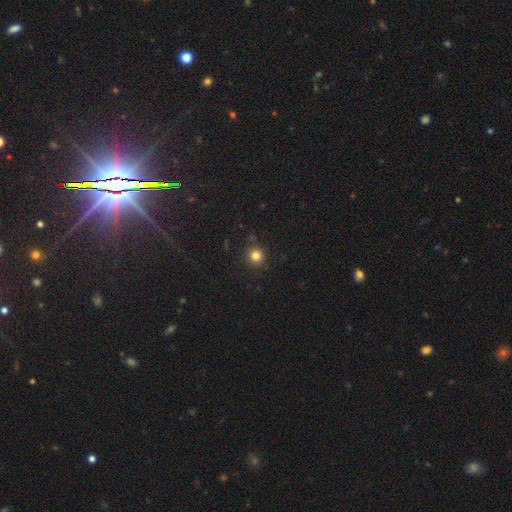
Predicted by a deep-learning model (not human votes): smooth 81%, star or artifact 14%, featured or disk 5%. Down the decision tree: how rounded — round (91%); merging — none (86%).